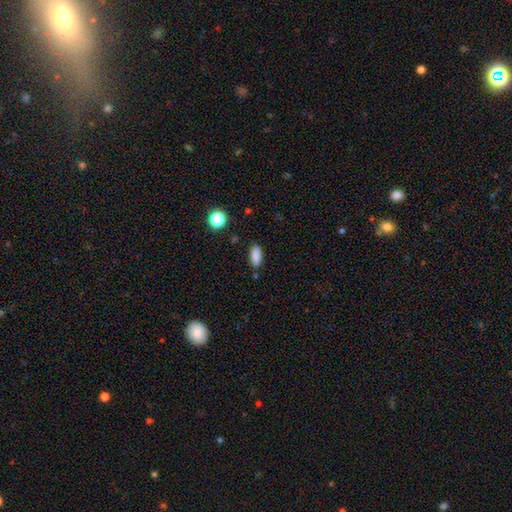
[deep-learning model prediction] The model was most divided on "how rounded": in between: 84%, cigar-shaped: 12%, round: 4%. More confident: smooth or featured — smooth (86%); merging — none (85%).